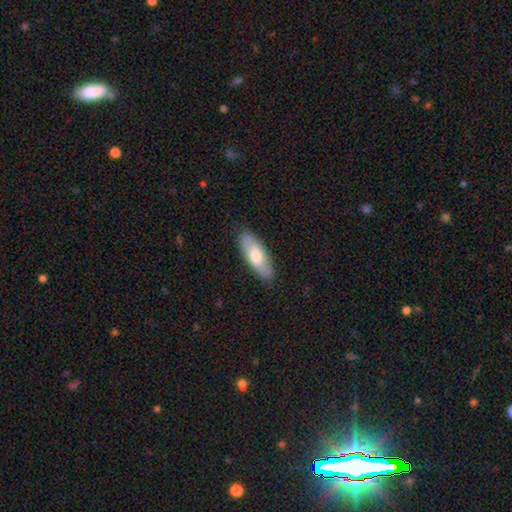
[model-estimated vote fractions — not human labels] smooth_or_featured: smooth (p=0.60) [alt: featured or disk p=0.35]
how_rounded: in between (p=0.77) [alt: cigar-shaped p=0.20]
merging: none (p=0.84) [alt: minor disturbance p=0.13]